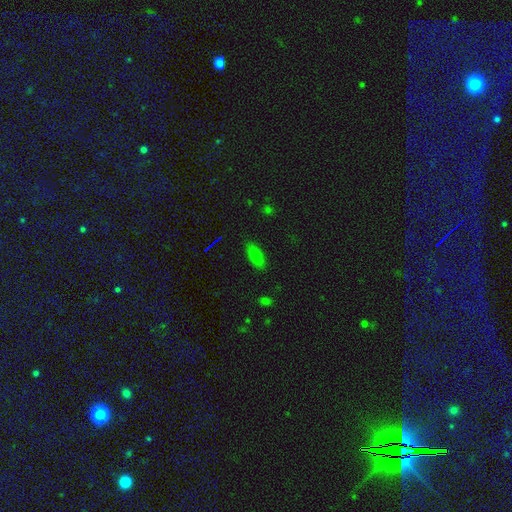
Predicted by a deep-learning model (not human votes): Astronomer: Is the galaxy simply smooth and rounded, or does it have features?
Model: smooth — 78%.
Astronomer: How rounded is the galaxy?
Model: in between — 79%.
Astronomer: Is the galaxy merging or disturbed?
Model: none — 85%.